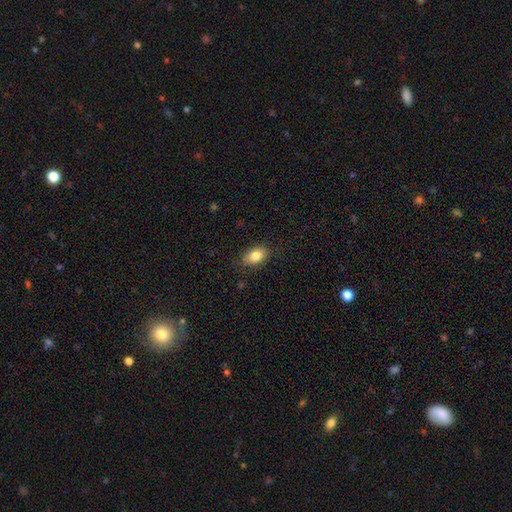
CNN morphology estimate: type=smooth (84%); roundness=in between (87%); merging=none (85%).